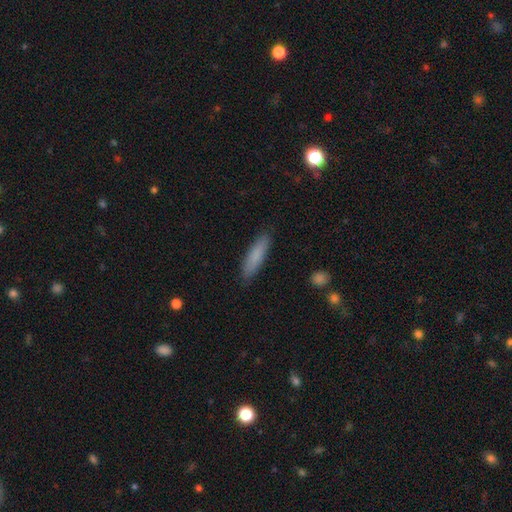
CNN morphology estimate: A smooth galaxy with no disk features (83%) that is cigar-shaped (74%). Merging: none (88%).